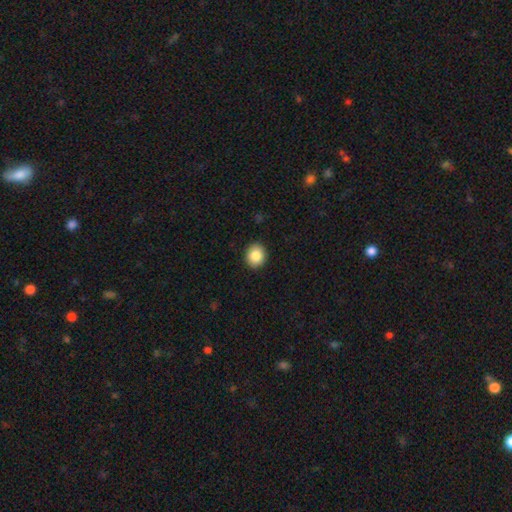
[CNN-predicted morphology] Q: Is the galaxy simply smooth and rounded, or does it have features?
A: smooth — 86%.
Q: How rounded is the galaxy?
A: round — 73%.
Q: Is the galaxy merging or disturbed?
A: none — 91%.